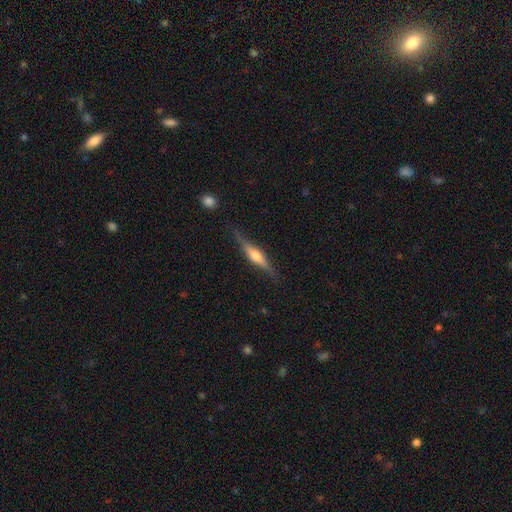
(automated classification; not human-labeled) Overall: featured or disk (72%). Edge-on disk: yes (96%). Edge-on bulge: rounded (86%). Merging: none (81%).